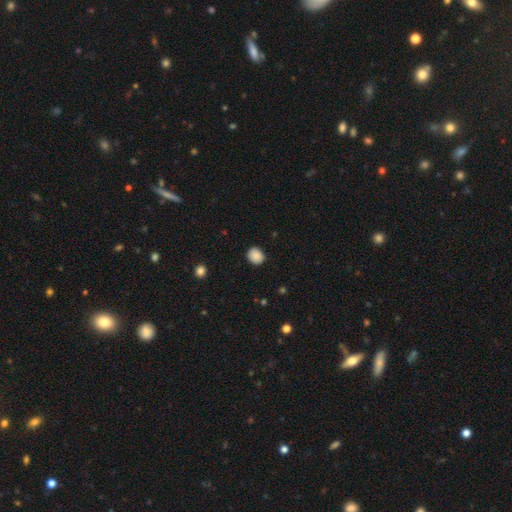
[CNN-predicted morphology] A smooth galaxy with no disk features (88%) that is round (68%). Merging: none (88%).